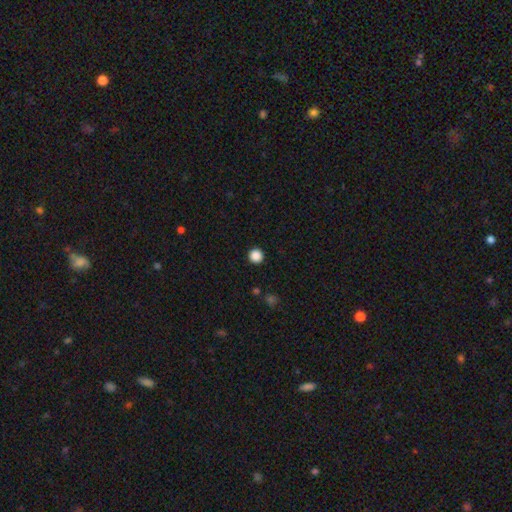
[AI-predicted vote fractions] Morphology: type=smooth (88%); roundness=round (96%); merging=none (93%).